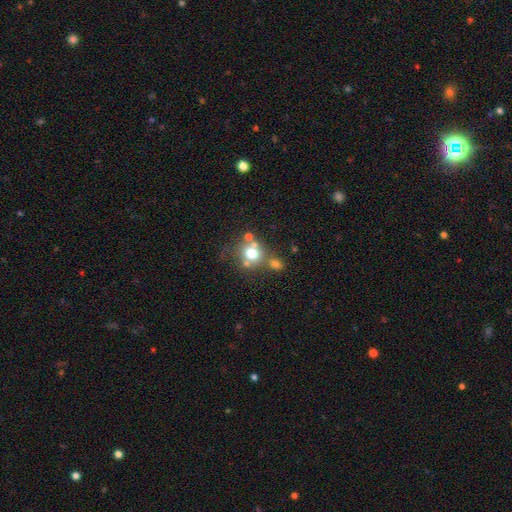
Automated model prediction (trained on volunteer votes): A smooth galaxy with no disk features (60%) that is round (84%). Merging: none (52%).